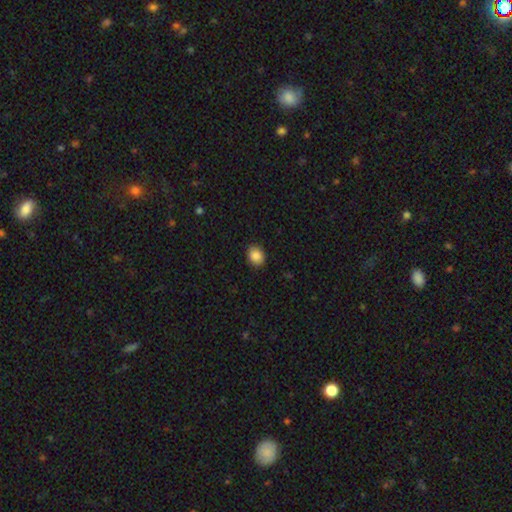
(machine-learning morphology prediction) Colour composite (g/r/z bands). It shows a smooth galaxy with no disk features (87%) that is round (59%). Merging: none (90%).